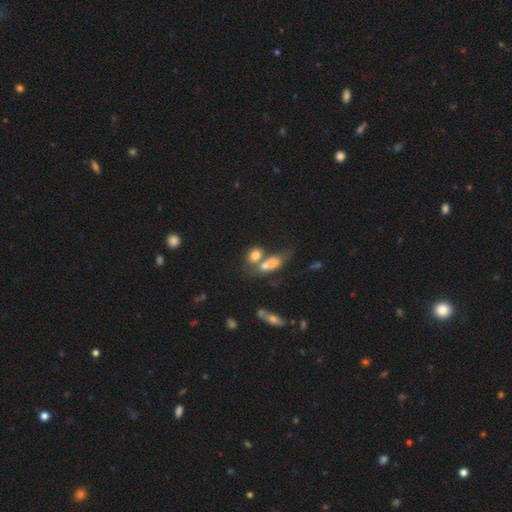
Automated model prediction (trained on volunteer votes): A smooth galaxy with no disk features (73%) that is in between round and cigar-shaped (65%). Merging: merger (53%).